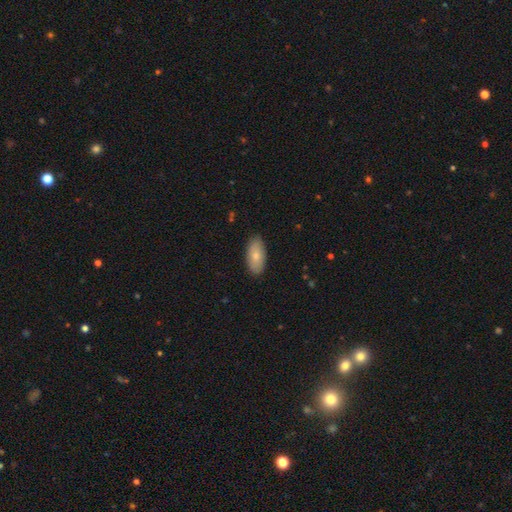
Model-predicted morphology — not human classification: Overall: smooth (79%). How rounded: in between (93%). Merging: none (86%).